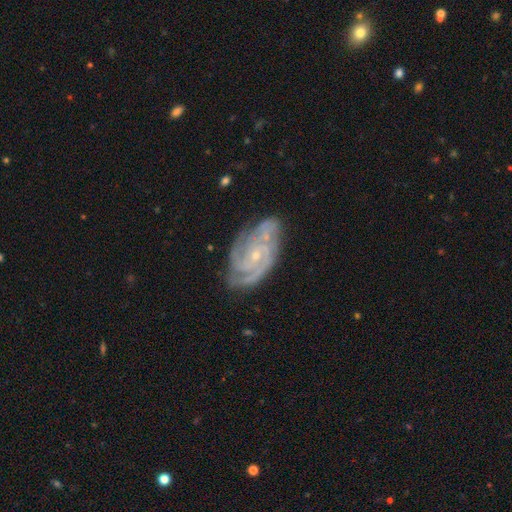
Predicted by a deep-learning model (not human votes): Smooth or featured?
  - featured or disk: 87% *
  - smooth: 7%
  - star or artifact: 6%
Edge-on disk?
  - no: 96% *
  - yes: 4%
Bar?
  - no: 66% *
  - weak: 28%
  - strong: 6%
Spiral arms?
  - yes: 97% *
  - no: 3%
Spiral winding?
  - tight: 60% *
  - medium: 34%
  - loose: 6%
Spiral arm count?
  - 3: 35% *
  - 2: 20%
  - can't tell: 18%
  - 4: 15%
  - more than 4: 6%
  - 1: 5%
Bulge size?
  - small: 77% *
  - moderate: 19%
  - none: 2%
  - large: 1%
  - dominant: 1%
Merging?
  - none: 68% *
  - minor disturbance: 22%
  - major disturbance: 7%
  - merger: 3%